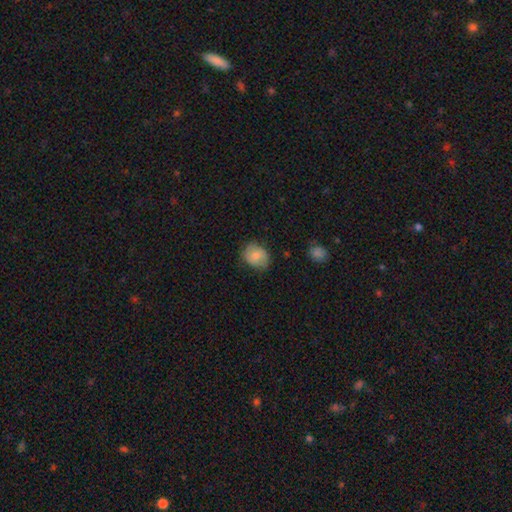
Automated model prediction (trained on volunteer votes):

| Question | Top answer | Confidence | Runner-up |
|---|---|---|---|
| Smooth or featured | smooth | 75% | featured or disk (17%) |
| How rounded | round | 54% | in between (45%) |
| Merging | none | 72% | minor disturbance (22%) |